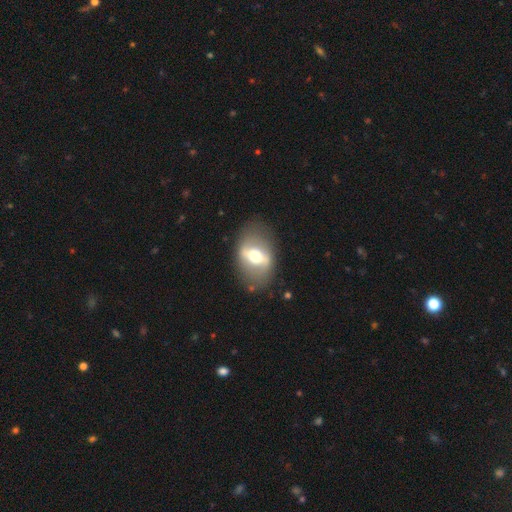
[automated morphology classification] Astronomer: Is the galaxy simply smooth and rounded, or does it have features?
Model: featured or disk — 61%.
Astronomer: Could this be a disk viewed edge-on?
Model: no — 85%.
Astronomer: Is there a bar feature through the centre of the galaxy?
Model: strong — 60%.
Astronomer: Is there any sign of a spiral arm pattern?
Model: no — 75%.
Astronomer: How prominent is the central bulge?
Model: moderate — 61%.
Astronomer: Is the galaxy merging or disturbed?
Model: none — 76%.